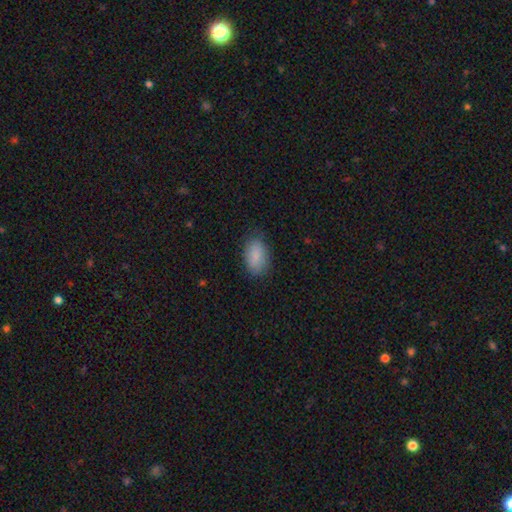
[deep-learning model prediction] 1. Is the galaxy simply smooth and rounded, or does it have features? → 86% smooth, 8% featured or disk, 7% star or artifact.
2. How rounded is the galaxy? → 92% in between, 6% round, 2% cigar-shaped.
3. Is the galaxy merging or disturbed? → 80% none, 15% minor disturbance, 4% major disturbance, 1% merger.